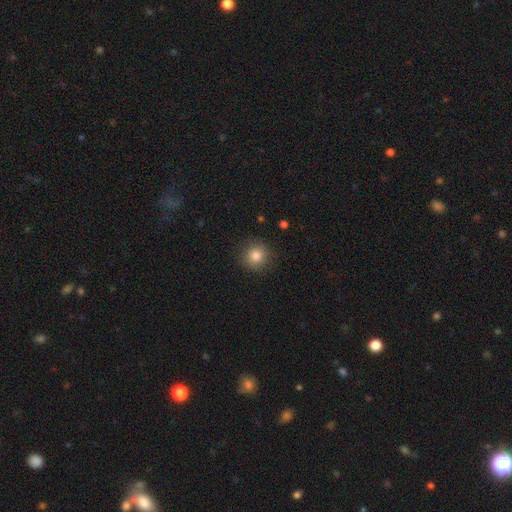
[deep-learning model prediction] Morphology: type=smooth (82%); roundness=round (92%); merging=none (89%).